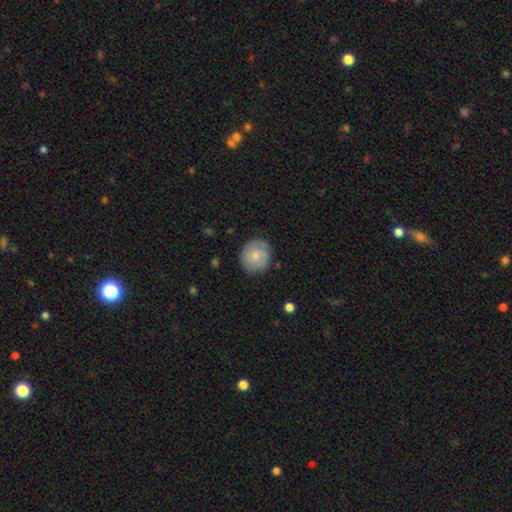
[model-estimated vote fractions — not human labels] This is possibly a smooth galaxy (57%). How rounded: clearly round (87%). Merging: likely none (77%).